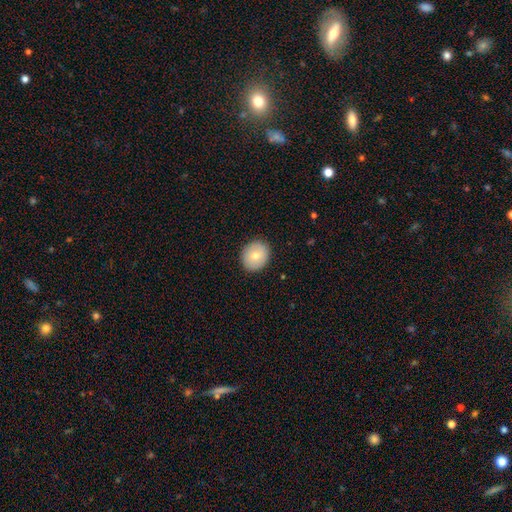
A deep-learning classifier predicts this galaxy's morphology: Smooth or featured? Predicted: smooth (p=0.75). How rounded? Predicted: round (p=0.72). Merging? Predicted: none (p=0.90).